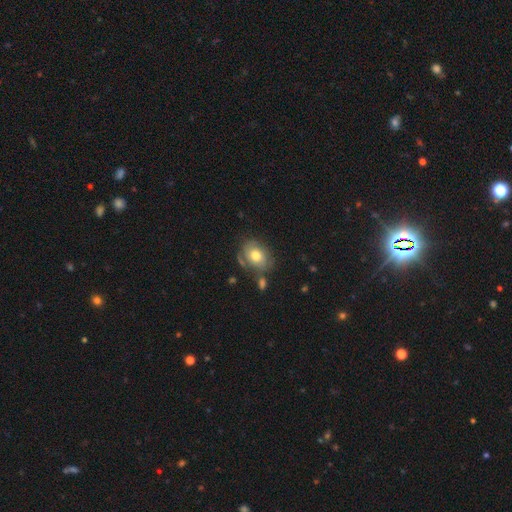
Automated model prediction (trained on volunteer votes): This appears to be a smooth galaxy with no disk features (55%) that is in between round and cigar-shaped (61%). Merging: none (61%).